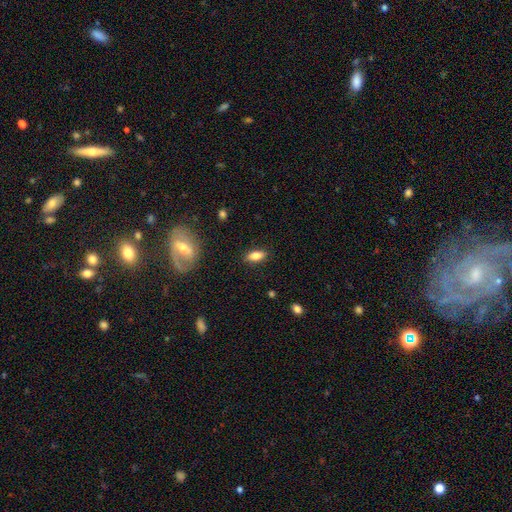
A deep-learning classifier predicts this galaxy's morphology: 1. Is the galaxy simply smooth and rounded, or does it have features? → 79% smooth, 13% featured or disk, 8% star or artifact.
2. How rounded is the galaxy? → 83% in between, 13% cigar-shaped, 4% round.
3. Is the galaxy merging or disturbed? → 87% none, 9% minor disturbance, 3% major disturbance, 1% merger.